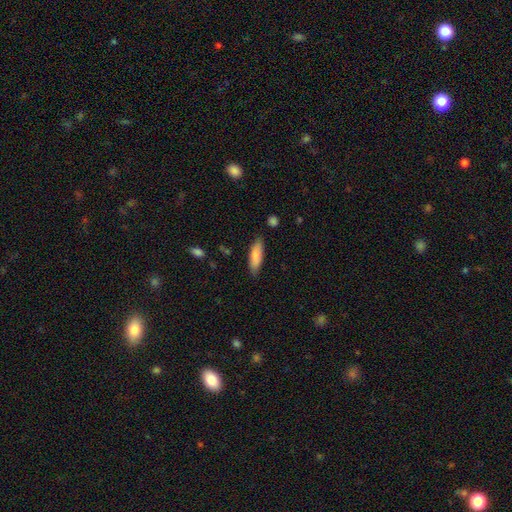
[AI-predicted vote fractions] Smooth or featured? smooth (83%)
How rounded? in between (50%)
Merging? none (82%)